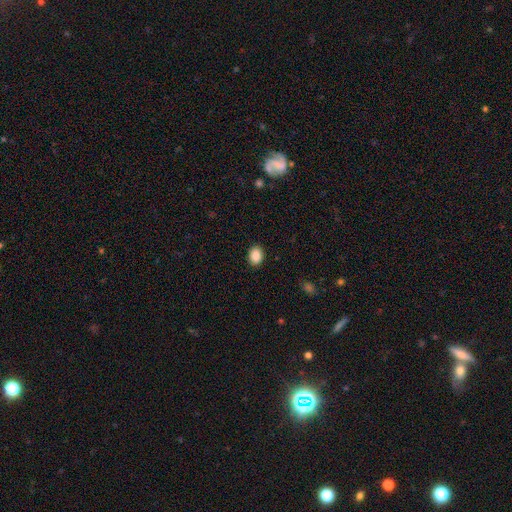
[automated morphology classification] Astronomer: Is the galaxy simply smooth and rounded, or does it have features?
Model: smooth — 89%.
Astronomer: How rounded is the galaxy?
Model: in between — 67%.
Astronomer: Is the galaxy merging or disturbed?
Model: none — 90%.